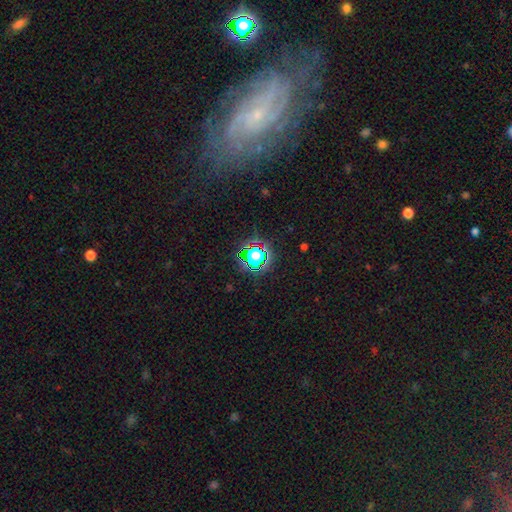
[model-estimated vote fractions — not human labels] This is possibly a star or artifact rather than a galaxy (59%).